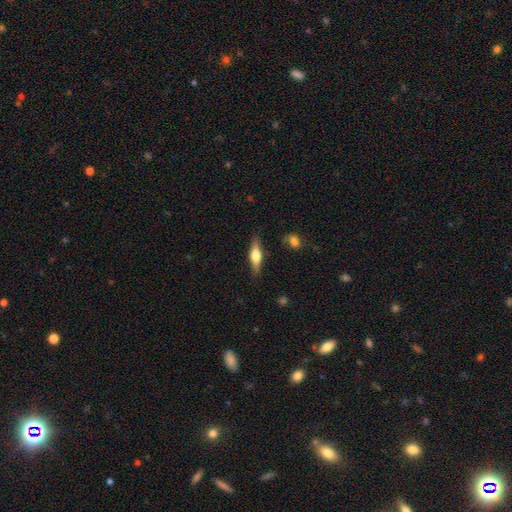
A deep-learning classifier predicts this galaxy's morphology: smooth_or_featured: smooth (p=0.47) [alt: featured or disk p=0.46]
merging: none (p=0.83) [alt: minor disturbance p=0.12]